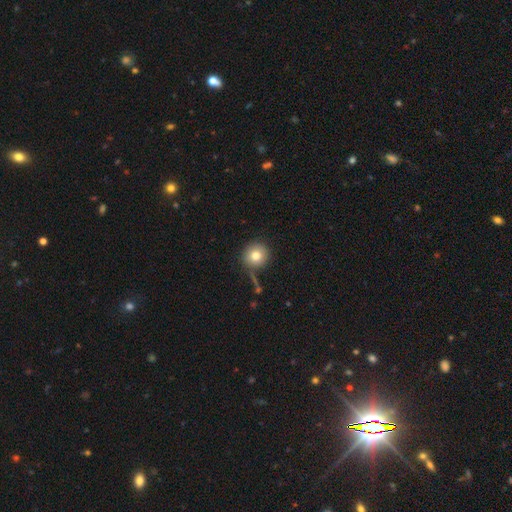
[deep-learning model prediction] Overall: smooth (78%). How rounded: round (94%). Merging: none (75%).